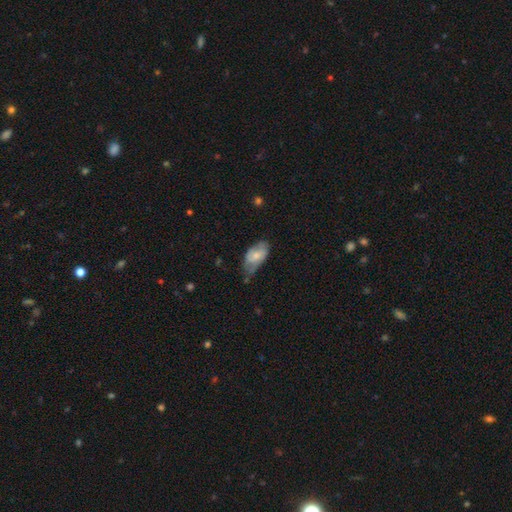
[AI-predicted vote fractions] smooth_or_featured: smooth (p=0.57) [alt: featured or disk p=0.37]
how_rounded: in between (p=0.93) [alt: cigar-shaped p=0.04]
merging: none (p=0.46) [alt: minor disturbance p=0.39]